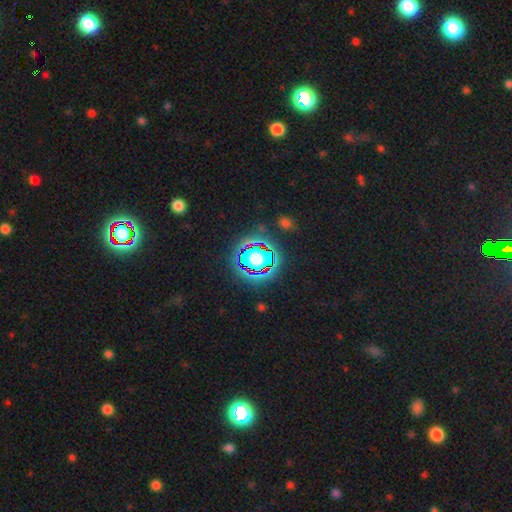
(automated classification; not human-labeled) smooth_or_featured: star or artifact (p=0.79) [alt: smooth p=0.13]